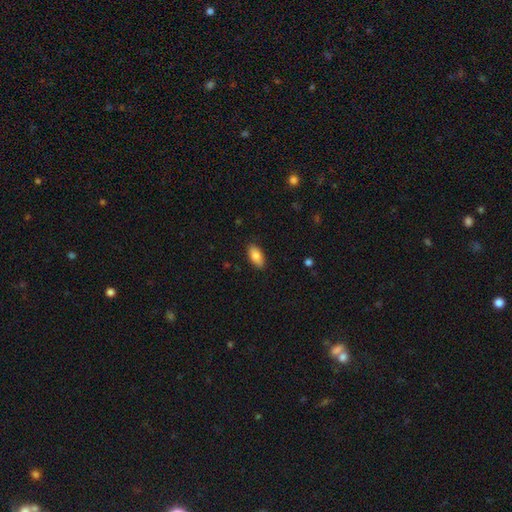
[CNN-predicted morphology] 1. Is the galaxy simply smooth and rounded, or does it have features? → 85% smooth, 8% featured or disk, 7% star or artifact.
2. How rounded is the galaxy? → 92% in between, 5% cigar-shaped, 3% round.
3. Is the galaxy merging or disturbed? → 88% none, 9% minor disturbance, 2% major disturbance, 1% merger.